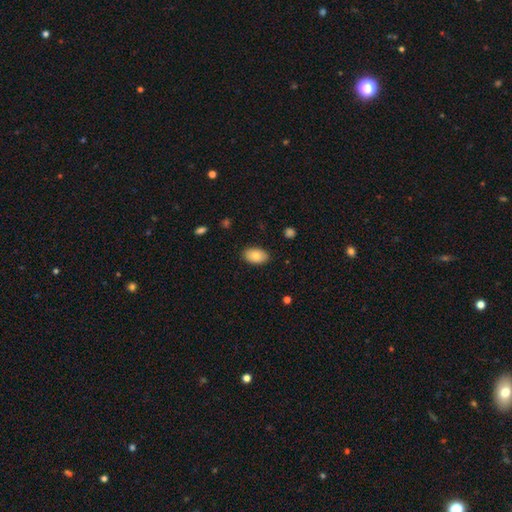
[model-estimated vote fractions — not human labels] Q: Smooth or featured?
A: smooth (84%); runner-up: featured or disk (9%)
Q: How rounded?
A: in between (92%); runner-up: round (6%)
Q: Merging?
A: none (86%); runner-up: minor disturbance (10%)